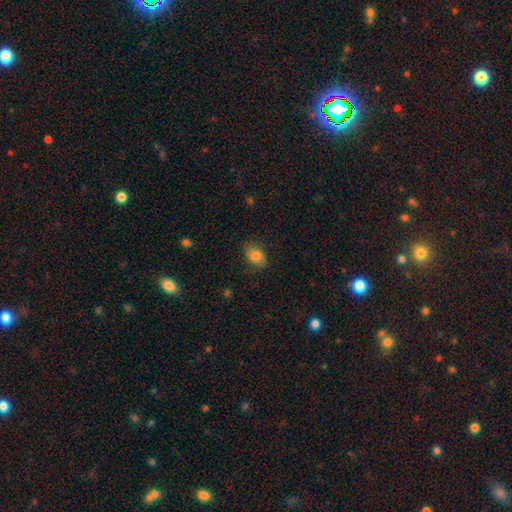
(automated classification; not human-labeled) Morphology: type=smooth (82%); roundness=in between (79%); merging=none (82%).